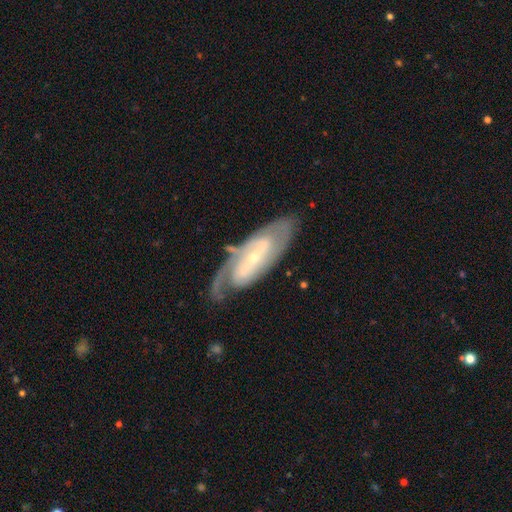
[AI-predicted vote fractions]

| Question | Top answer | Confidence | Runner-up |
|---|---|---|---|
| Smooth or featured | featured or disk | 85% | smooth (9%) |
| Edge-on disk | no | 91% | yes (9%) |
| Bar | weak | 37% | strong (32%) |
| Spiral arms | yes | 95% | no (5%) |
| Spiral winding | tight | 55% | medium (36%) |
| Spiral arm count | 2 | 68% | can't tell (16%) |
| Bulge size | small | 70% | moderate (26%) |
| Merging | none | 73% | minor disturbance (17%) |